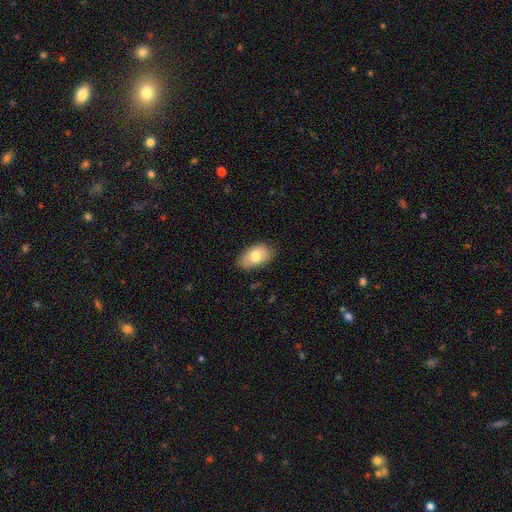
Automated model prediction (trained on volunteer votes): A smooth galaxy with no disk features (77%) that is in between round and cigar-shaped (92%). Merging: none (79%).